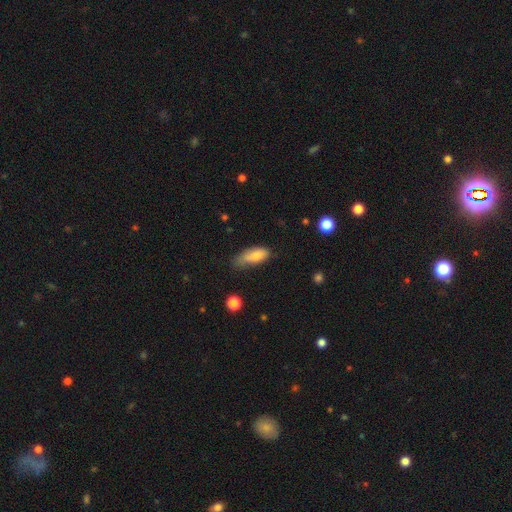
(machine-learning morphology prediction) This appears to be a smooth galaxy with no disk features (80%) that is in between round and cigar-shaped (76%). Merging: minor disturbance (42%).